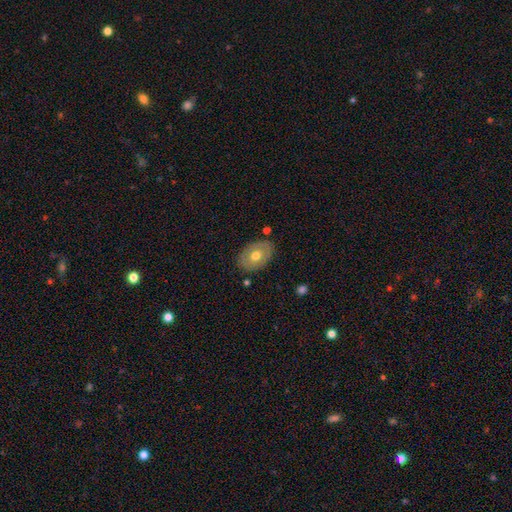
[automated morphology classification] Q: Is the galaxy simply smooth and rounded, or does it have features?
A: smooth — 58%.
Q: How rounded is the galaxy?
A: in between — 80%.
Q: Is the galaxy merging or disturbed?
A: none — 83%.